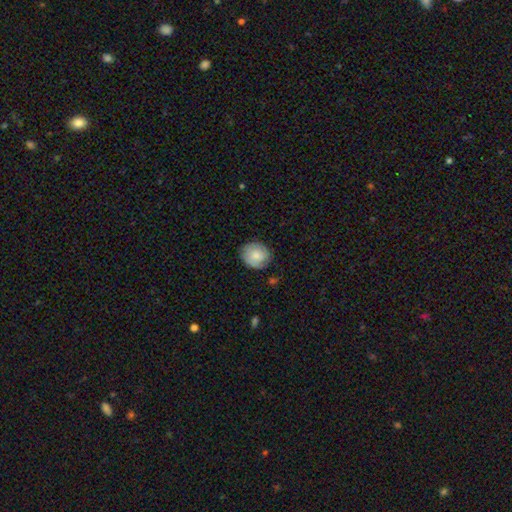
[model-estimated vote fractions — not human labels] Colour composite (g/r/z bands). It shows a smooth galaxy with no disk features (60%) that is round (68%). Merging: none (76%).